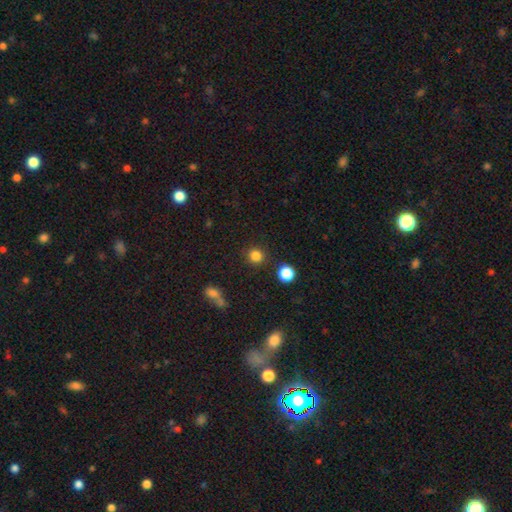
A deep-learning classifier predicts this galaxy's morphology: Smooth or featured?
  - smooth: 83% *
  - star or artifact: 13%
  - featured or disk: 4%
How rounded?
  - round: 91% *
  - in between: 8%
  - cigar-shaped: 1%
Merging?
  - none: 87% *
  - minor disturbance: 7%
  - merger: 3%
  - major disturbance: 3%